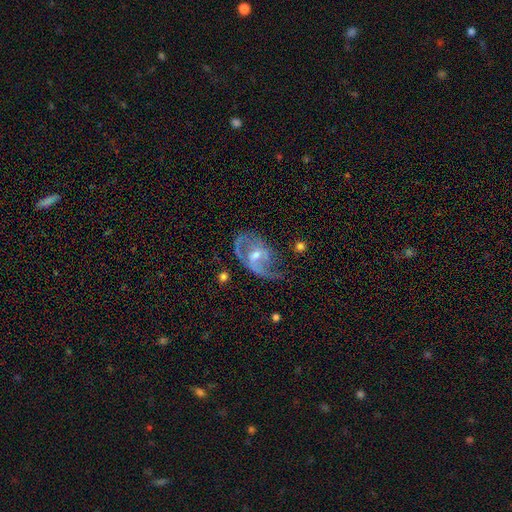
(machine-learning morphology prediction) Overall: featured or disk (81%). Edge-on disk: no (96%). Bar: weak (47%; no 37%). Spiral arms: yes (85%). Spiral arm count: 2 (63%). Spiral winding: medium (44%; loose 36%). Bulge size: moderate (53%; small 41%). Merging: none (46%; major disturbance 26%).